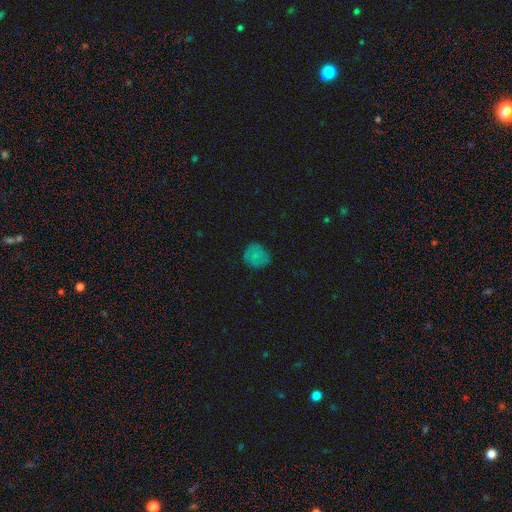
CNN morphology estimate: A smooth galaxy with no disk features (73%) that is round (84%). Merging: none (71%).